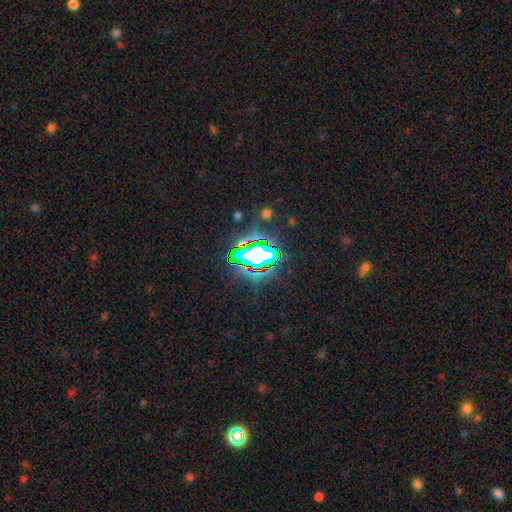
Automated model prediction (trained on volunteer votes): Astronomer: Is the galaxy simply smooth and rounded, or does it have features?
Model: star or artifact — 65%.